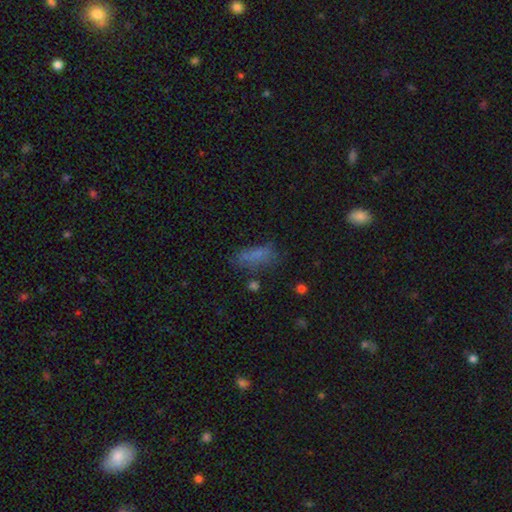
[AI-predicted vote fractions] Smooth or featured? Predicted: smooth (p=0.71). How rounded? Predicted: in between (p=0.65). Merging? Predicted: none (p=0.59).